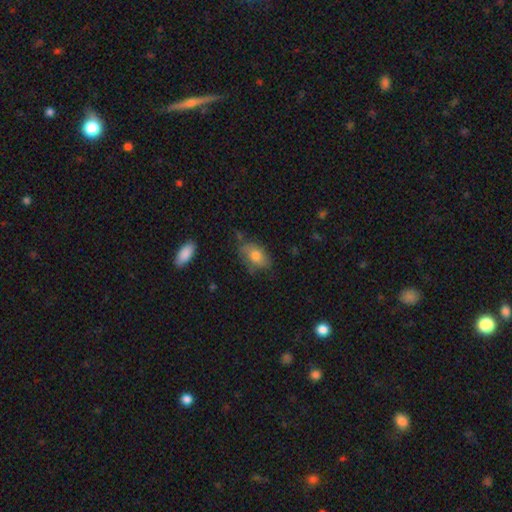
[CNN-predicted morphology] Smooth or featured: smooth — 71% (featured or disk — 21%)
How rounded: in between — 87% (round — 9%)
Merging: none — 58% (minor disturbance — 29%)